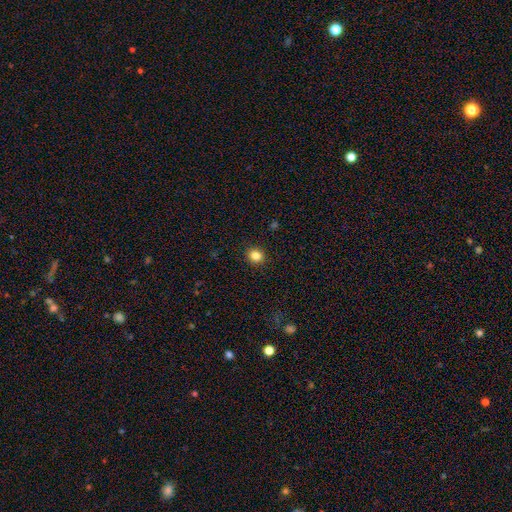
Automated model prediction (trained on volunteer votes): A smooth galaxy with no disk features (84%) that is round (85%).

Vote fractions:
- Smooth or featured? smooth: 84% / star or artifact: 12% / featured or disk: 4%
- How rounded? round: 85% / in between: 14% / cigar-shaped: 1%
- Merging? none: 92% / minor disturbance: 5% / major disturbance: 2% / merger: 1%